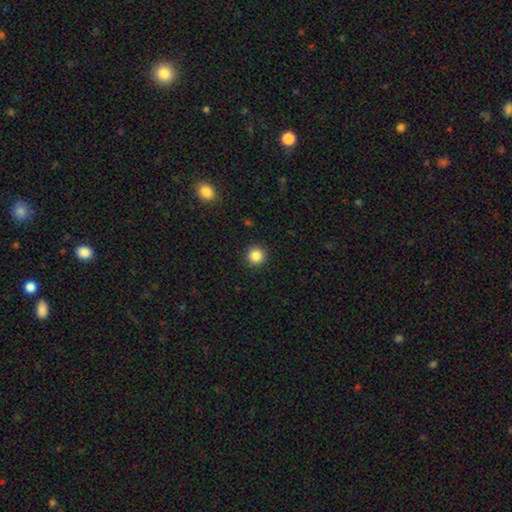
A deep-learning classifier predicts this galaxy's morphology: smooth_or_featured: smooth (p=0.86) [alt: star or artifact p=0.10]
how_rounded: round (p=0.95) [alt: in between p=0.04]
merging: none (p=0.92) [alt: minor disturbance p=0.05]